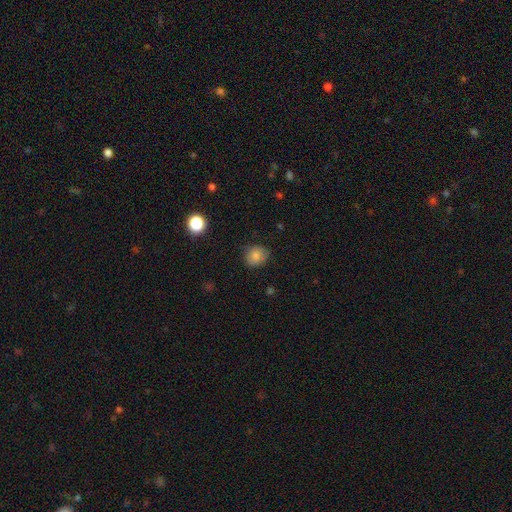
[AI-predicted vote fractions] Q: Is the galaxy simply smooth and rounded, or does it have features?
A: smooth — 82%.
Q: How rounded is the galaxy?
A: round — 74%.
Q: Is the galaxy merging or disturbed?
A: none — 80%.